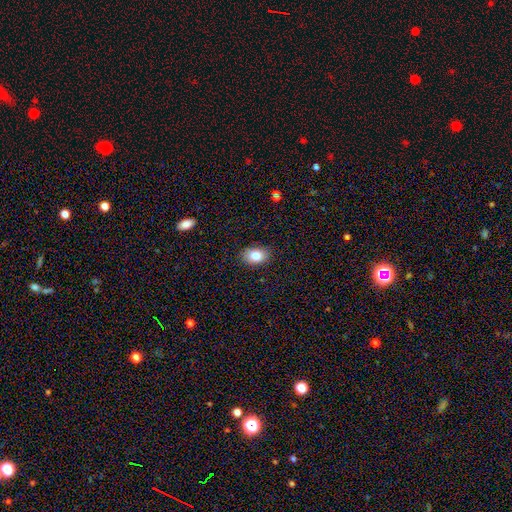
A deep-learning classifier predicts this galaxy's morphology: smooth-or-featured: smooth: 83% | featured or disk: 9% | star or artifact: 9%
  how-rounded: in between: 79% | round: 20% | cigar-shaped: 1%
  merging: none: 84% | minor disturbance: 12% | major disturbance: 3% | merger: 1%